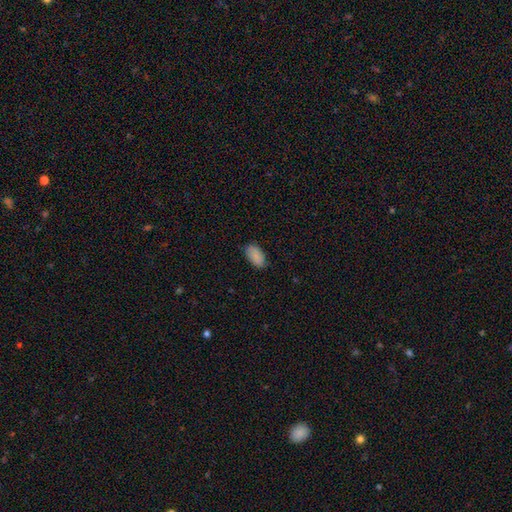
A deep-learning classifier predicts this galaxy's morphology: Smooth or featured? smooth (86%)
How rounded? in between (94%)
Merging? none (79%)